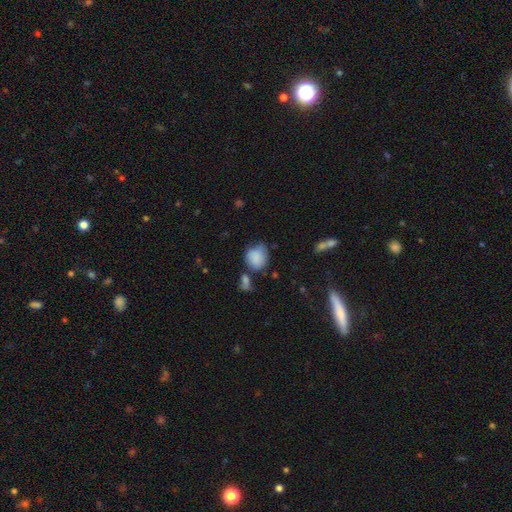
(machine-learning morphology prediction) smooth 82%, featured or disk 10%, star or artifact 9%. Down the decision tree: how rounded — round (63%); merging — none (43%).